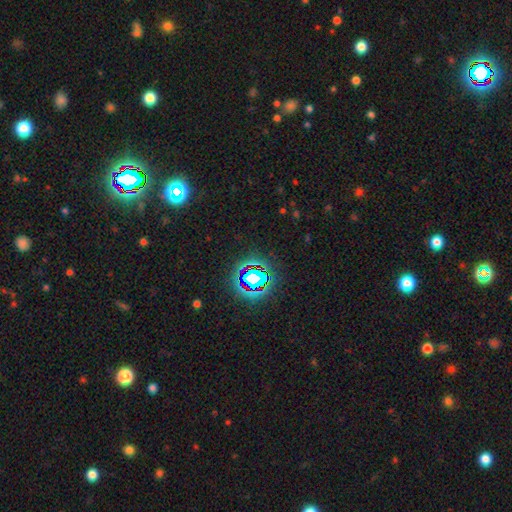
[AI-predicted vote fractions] A star or artifact, not a galaxy (79%).